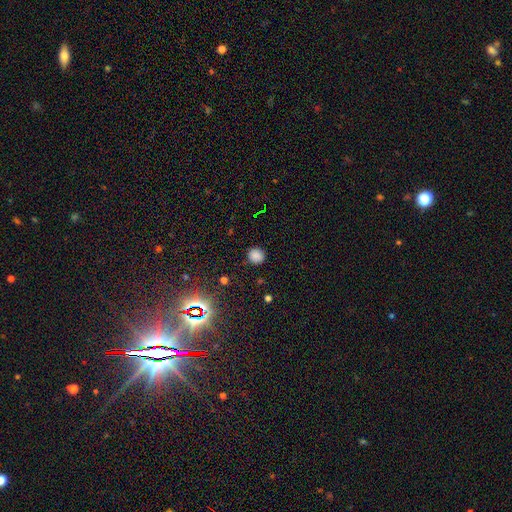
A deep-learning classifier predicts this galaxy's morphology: This appears to be a smooth galaxy with no disk features (79%) that is round (91%). Merging: none (89%).